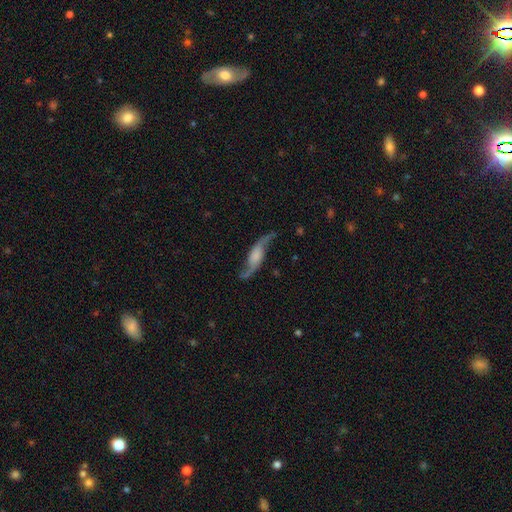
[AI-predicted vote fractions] The model was most divided on "bulge size": none: 32%, small: 23%, moderate: 21%, large: 19%, dominant: 5%. More confident: spiral arms — yes (96%); spiral arm count — 2 (94%); spiral winding — loose (88%); edge-on disk — no (84%); smooth or featured — featured or disk (83%); merging — none (76%); bar — no (58%).